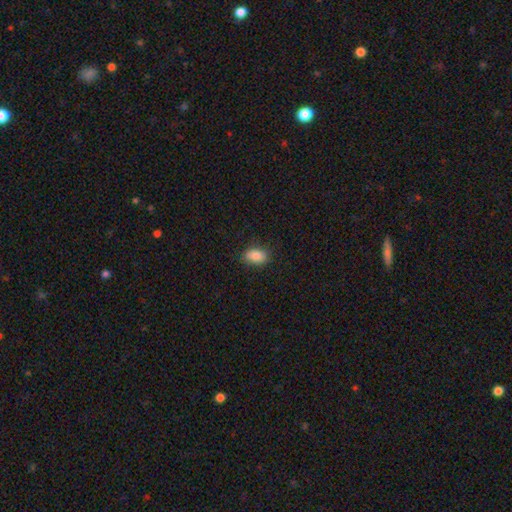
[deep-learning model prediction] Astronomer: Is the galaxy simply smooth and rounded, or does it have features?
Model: smooth — 87%.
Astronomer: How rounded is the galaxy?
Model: in between — 87%.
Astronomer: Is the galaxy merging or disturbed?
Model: none — 84%.